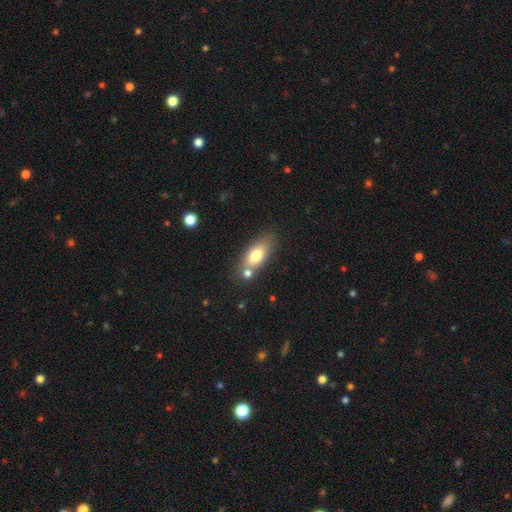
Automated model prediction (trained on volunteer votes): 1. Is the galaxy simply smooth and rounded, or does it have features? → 73% smooth, 19% featured or disk, 8% star or artifact.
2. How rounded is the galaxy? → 80% in between, 14% cigar-shaped, 6% round.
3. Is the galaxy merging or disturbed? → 58% none, 25% merger, 13% minor disturbance, 4% major disturbance.